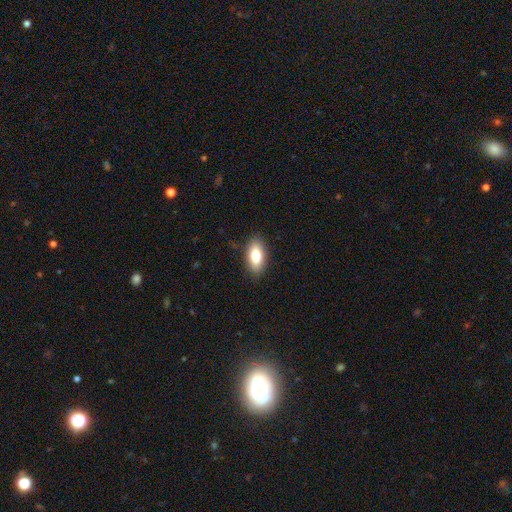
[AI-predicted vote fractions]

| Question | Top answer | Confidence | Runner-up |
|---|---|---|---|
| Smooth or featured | smooth | 81% | featured or disk (12%) |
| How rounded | in between | 88% | cigar-shaped (8%) |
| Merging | none | 87% | minor disturbance (10%) |